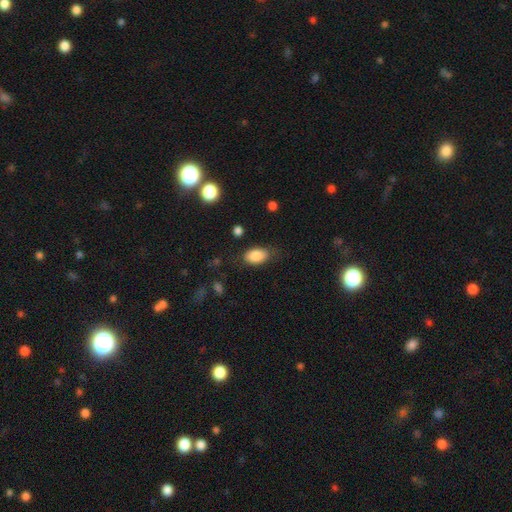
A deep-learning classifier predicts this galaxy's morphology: Q: Smooth or featured?
A: smooth (86%); runner-up: star or artifact (7%)
Q: How rounded?
A: in between (91%); runner-up: round (8%)
Q: Merging?
A: none (70%); runner-up: minor disturbance (22%)